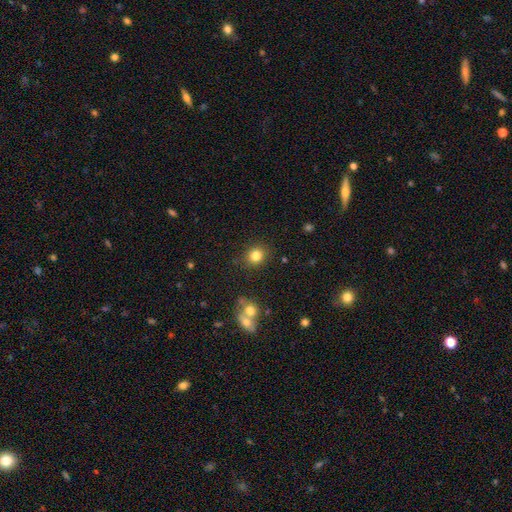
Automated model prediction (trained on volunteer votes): smooth_or_featured: smooth (p=0.82) [alt: star or artifact p=0.12]
how_rounded: round (p=0.78) [alt: in between p=0.21]
merging: none (p=0.85) [alt: minor disturbance p=0.09]